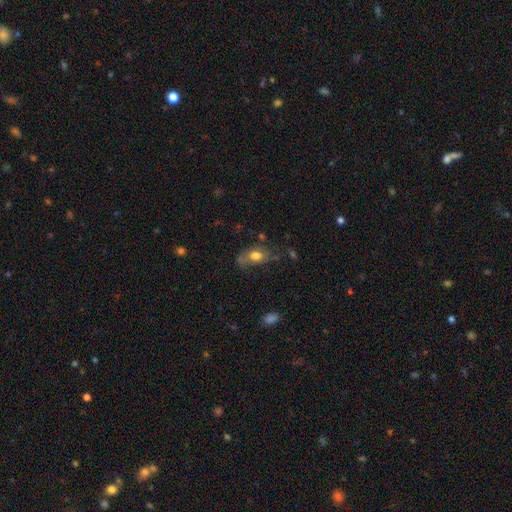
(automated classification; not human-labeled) Q: Smooth or featured?
A: smooth (68%); runner-up: featured or disk (22%)
Q: How rounded?
A: in between (78%); runner-up: round (17%)
Q: Merging?
A: none (49%); runner-up: minor disturbance (28%)